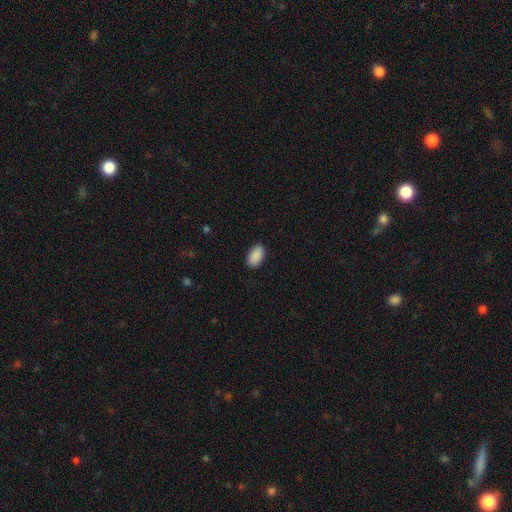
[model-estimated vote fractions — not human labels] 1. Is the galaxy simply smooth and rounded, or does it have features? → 91% smooth, 7% star or artifact, 3% featured or disk.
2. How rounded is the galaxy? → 94% in between, 5% round, 1% cigar-shaped.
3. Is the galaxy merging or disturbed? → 88% none, 9% minor disturbance, 2% major disturbance, 1% merger.